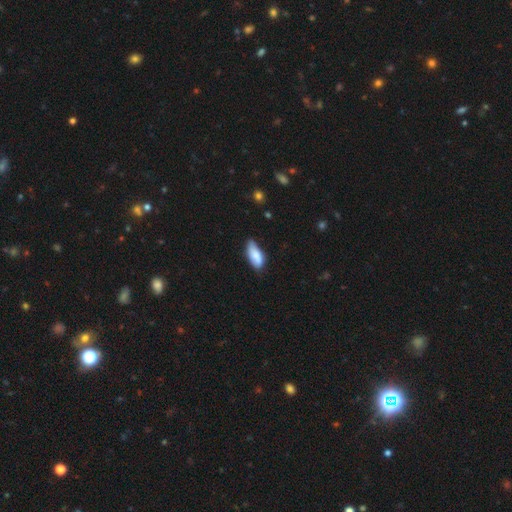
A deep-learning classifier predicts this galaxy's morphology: Overall: smooth (81%). How rounded: in between (83%). Merging: none (60%; minor disturbance 33%).